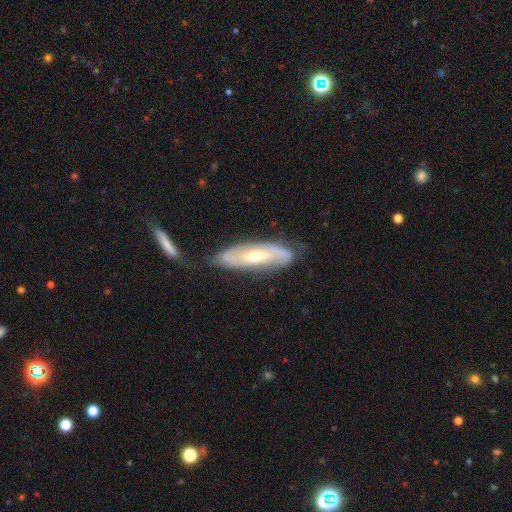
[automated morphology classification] The model was most divided on "bar": weak: 43%, no: 35%, strong: 23%. More confident: spiral arms — yes (84%); edge-on disk — no (79%); smooth or featured — featured or disk (73%); merging — none (61%); bulge size — moderate (61%).